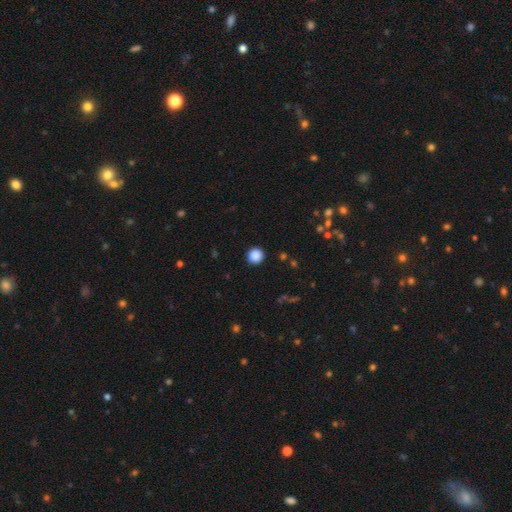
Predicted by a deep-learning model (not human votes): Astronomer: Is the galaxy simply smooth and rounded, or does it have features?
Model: smooth — 88%.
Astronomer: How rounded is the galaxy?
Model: round — 94%.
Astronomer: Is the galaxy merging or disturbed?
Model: none — 92%.